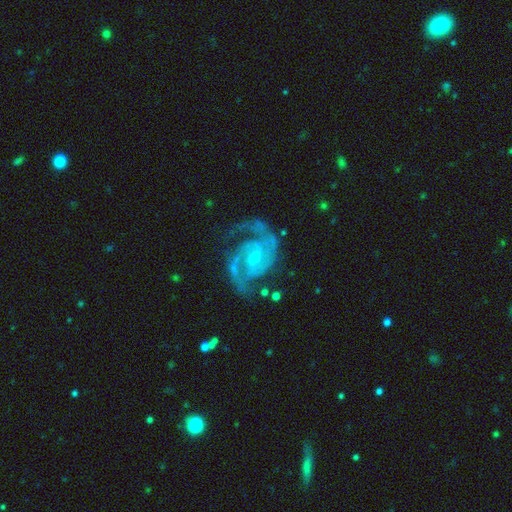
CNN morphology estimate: This appears to be a featured or disk galaxy (92%) with a weak bar (51%), 2 (85%) medium (50%) spiral arms (99%) and a small central bulge (62%). Merging: none (74%).